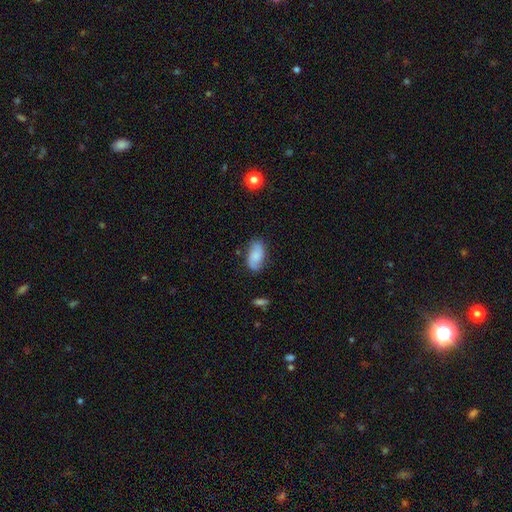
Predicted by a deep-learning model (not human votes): Smooth or featured: smooth — 61% (featured or disk — 31%)
How rounded: in between — 92% (round — 5%)
Merging: none — 76% (minor disturbance — 18%)